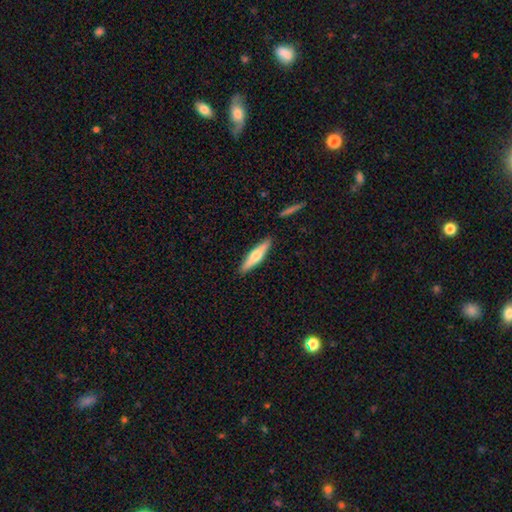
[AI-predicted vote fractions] This appears to be a smooth galaxy with no disk features (54%) that is cigar-shaped (80%). Merging: none (89%).